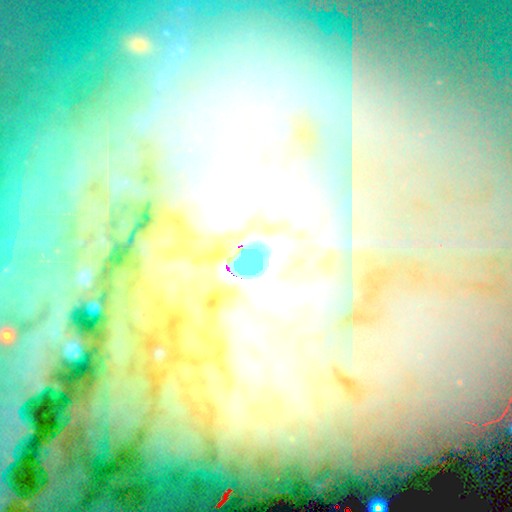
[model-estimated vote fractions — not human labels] This is likely a featured or disk galaxy (63%). It is likely not viewed edge-on (80%). Bar: possibly no (53%). Spiral arm pattern: possibly yes (55%). Central bulge: possibly moderate (49%). Merging: possibly none (60%).